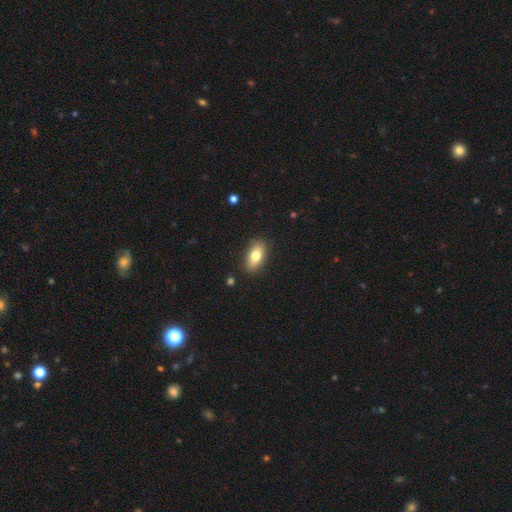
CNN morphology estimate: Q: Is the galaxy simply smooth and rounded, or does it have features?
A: smooth — 76%.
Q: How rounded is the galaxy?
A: in between — 85%.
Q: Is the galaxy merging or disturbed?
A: none — 86%.